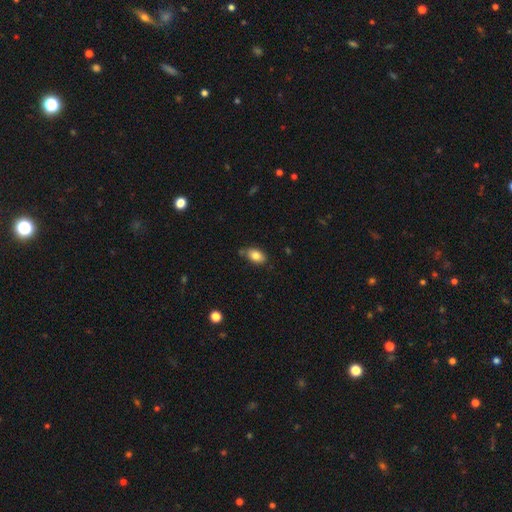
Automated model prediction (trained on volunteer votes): Smooth or featured? Predicted: smooth (p=0.82). How rounded? Predicted: in between (p=0.89). Merging? Predicted: none (p=0.72).